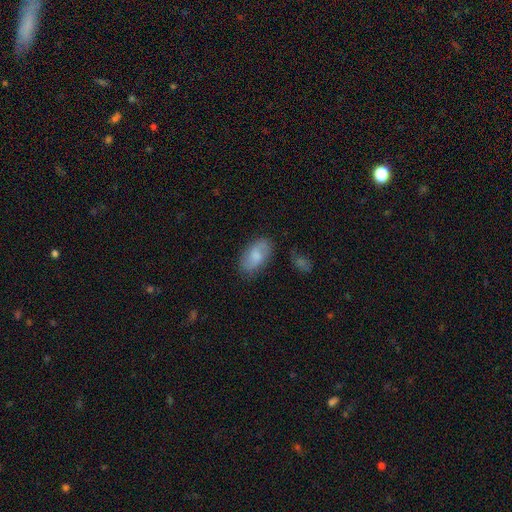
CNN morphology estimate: Overall: smooth (62%; featured or disk 31%). How rounded: in between (93%). Merging: none (76%).